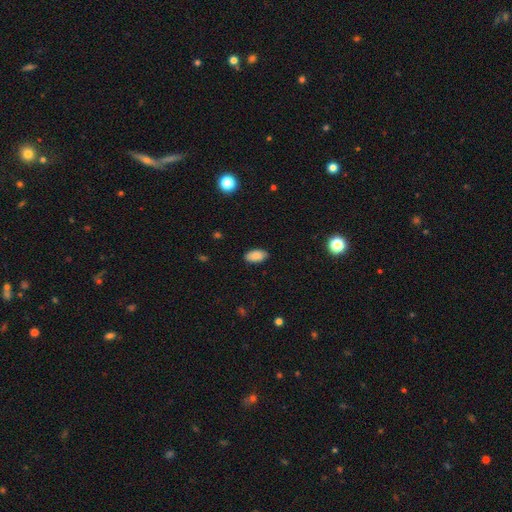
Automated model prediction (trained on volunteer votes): Overall: smooth (87%). How rounded: in between (94%). Merging: none (87%).